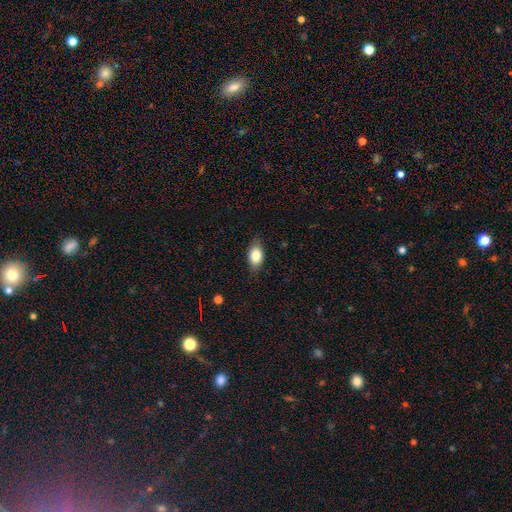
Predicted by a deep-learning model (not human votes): Smooth or featured?
  - smooth: 83% *
  - featured or disk: 10%
  - star or artifact: 8%
How rounded?
  - in between: 88% *
  - round: 9%
  - cigar-shaped: 3%
Merging?
  - none: 80% *
  - minor disturbance: 16%
  - major disturbance: 3%
  - merger: 1%